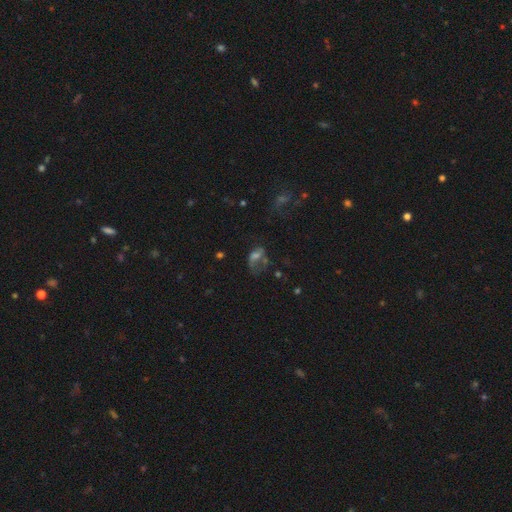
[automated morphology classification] The model was most divided on "smooth or featured" (2-way tie): smooth: 40%, featured or disk: 40%, star or artifact: 20%. Remaining: merging — major disturbance (45%).